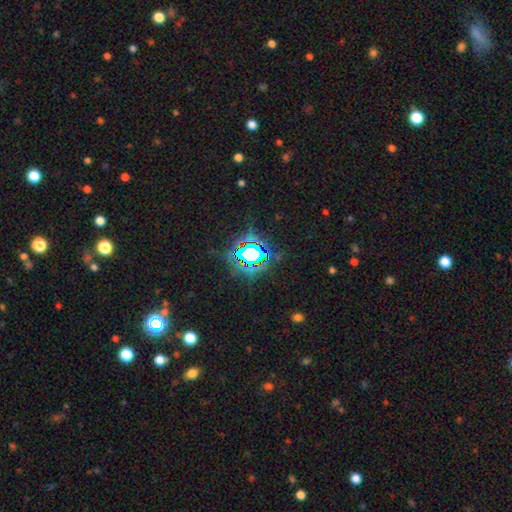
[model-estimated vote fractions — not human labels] Morphology: type=star or artifact (76%).